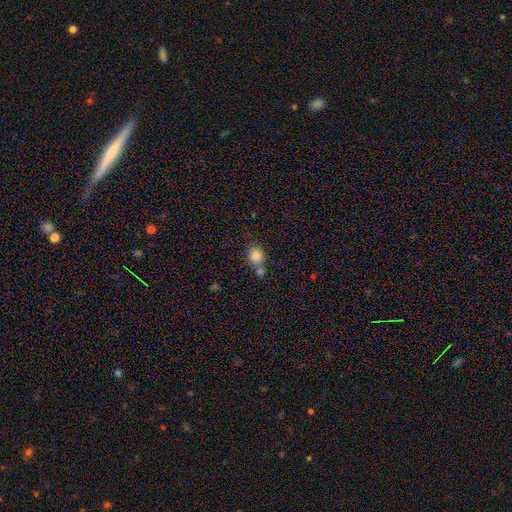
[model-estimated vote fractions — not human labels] Morphology: type=smooth (82%); roundness=round (81%); merging=none (52%).